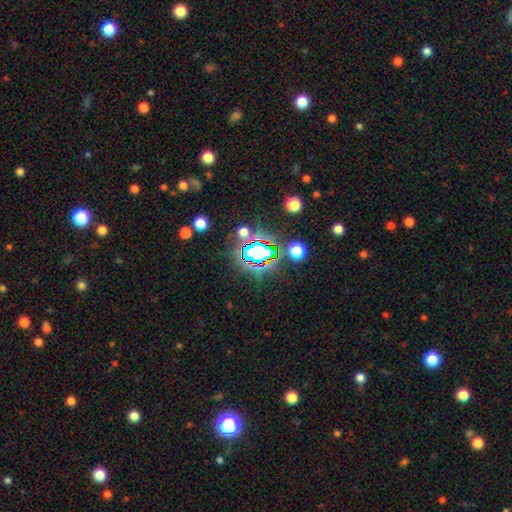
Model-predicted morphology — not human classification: Q: Smooth or featured?
A: star or artifact (78%); runner-up: smooth (13%)